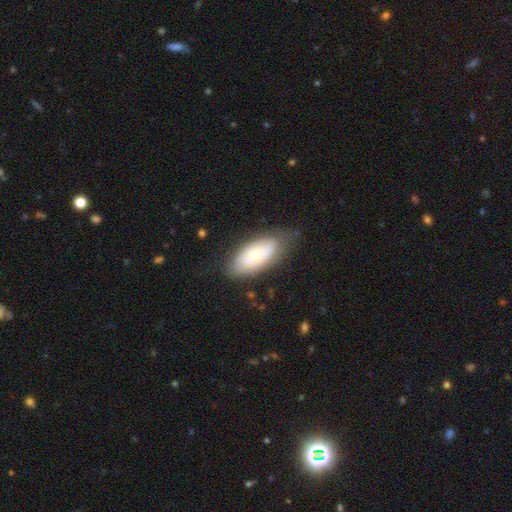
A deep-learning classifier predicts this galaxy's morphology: This is possibly a smooth galaxy (58%). How rounded: clearly in between (91%). Merging: likely none (70%).